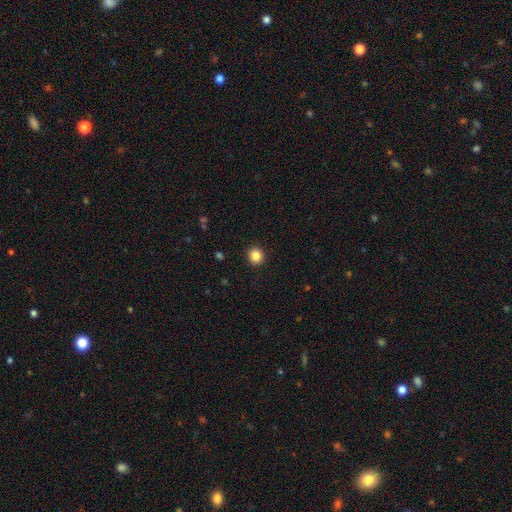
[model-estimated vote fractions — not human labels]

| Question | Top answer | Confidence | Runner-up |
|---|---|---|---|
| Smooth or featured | smooth | 85% | star or artifact (11%) |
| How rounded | round | 91% | in between (8%) |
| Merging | none | 93% | minor disturbance (5%) |